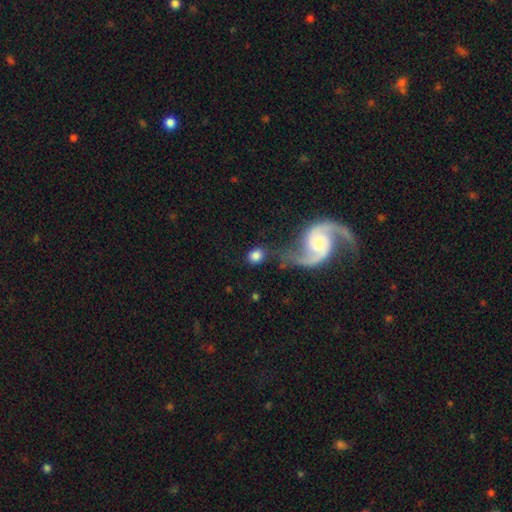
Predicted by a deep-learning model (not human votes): This appears to be a smooth galaxy with no disk features (74%) that is round (66%). Merging: none (62%).